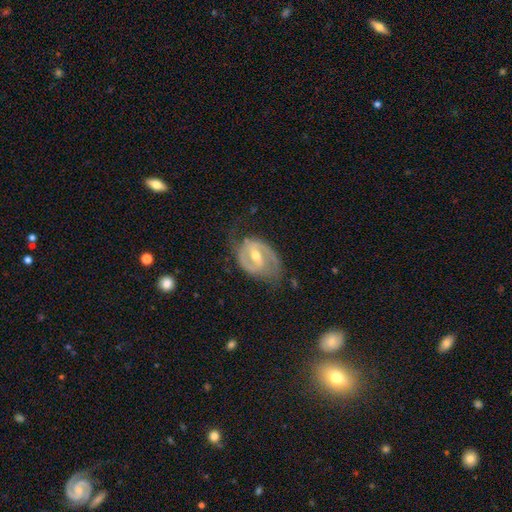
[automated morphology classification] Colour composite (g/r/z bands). It shows a featured or disk galaxy (87%) with a weak bar (46%), 2 (87%) medium (50%) spiral arms (93%) and a moderate central bulge (63%). Merging: none (66%).